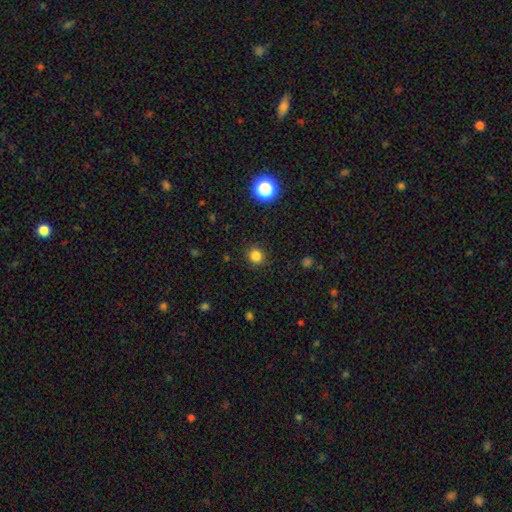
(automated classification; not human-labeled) Overall: smooth (82%). How rounded: round (87%). Merging: none (90%).